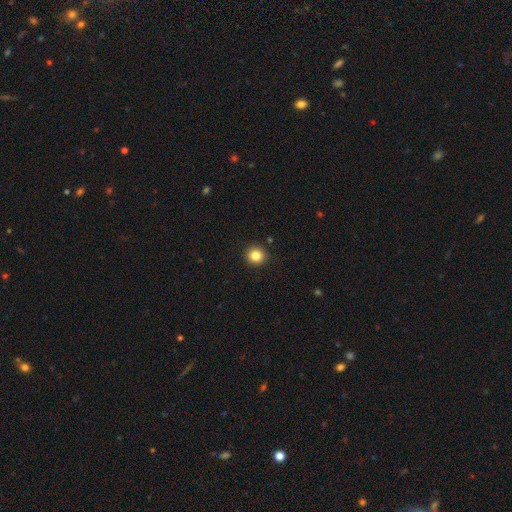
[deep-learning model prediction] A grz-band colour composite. It shows a smooth galaxy with no disk features (84%) that is round (91%). Merging: none (92%).